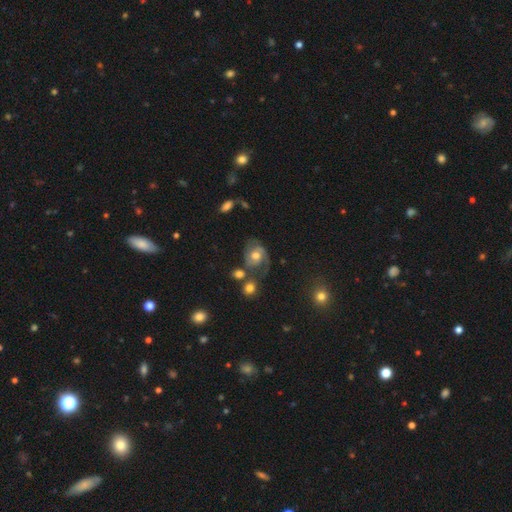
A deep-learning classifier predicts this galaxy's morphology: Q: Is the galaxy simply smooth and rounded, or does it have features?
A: featured or disk — 67%.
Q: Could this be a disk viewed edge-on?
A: no — 97%.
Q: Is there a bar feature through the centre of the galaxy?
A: no — 65%.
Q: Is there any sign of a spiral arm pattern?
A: yes — 88%.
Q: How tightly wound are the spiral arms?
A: medium — 47%.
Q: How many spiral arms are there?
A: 2 — 69%.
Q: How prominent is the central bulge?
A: moderate — 68%.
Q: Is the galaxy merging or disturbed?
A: none — 44%.